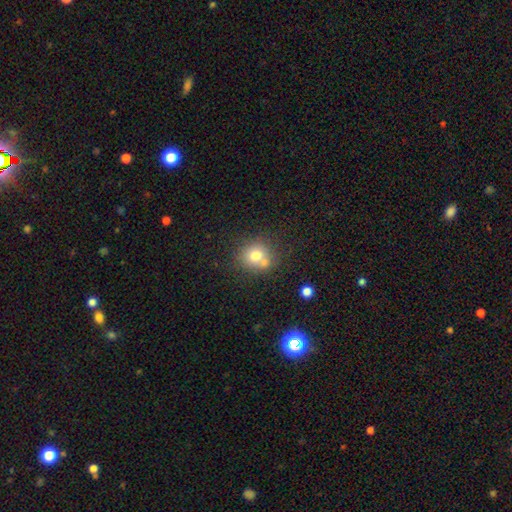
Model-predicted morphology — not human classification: smooth-or-featured: smooth: 73% | featured or disk: 14% | star or artifact: 12%
  how-rounded: round: 81% | in between: 18% | cigar-shaped: 1%
  merging: none: 56% | merger: 28% | minor disturbance: 12% | major disturbance: 4%